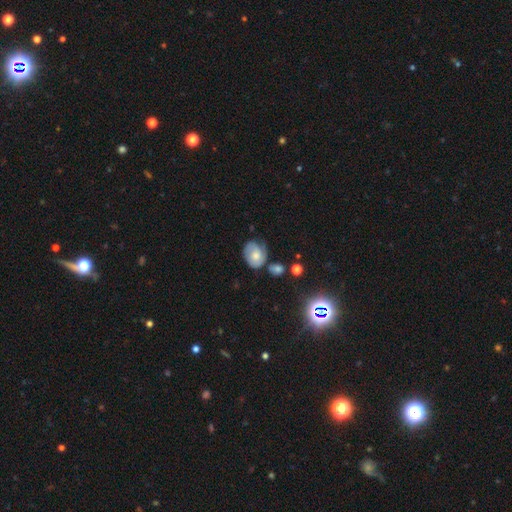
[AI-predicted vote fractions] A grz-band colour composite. It shows a featured or disk galaxy (47%). Merging: none (46%).